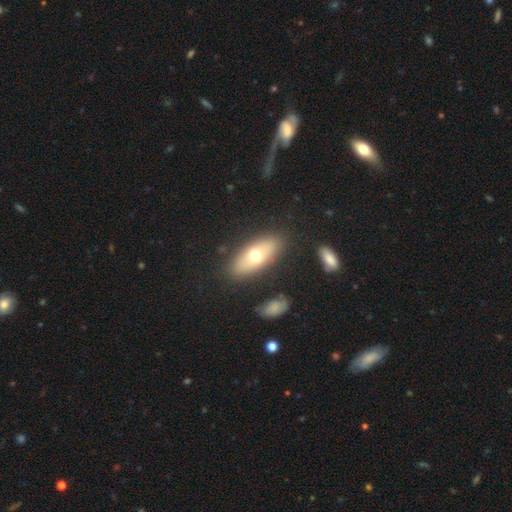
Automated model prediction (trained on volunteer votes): This appears to be a smooth galaxy with no disk features (62%) that is in between round and cigar-shaped (77%). Merging: none (84%).